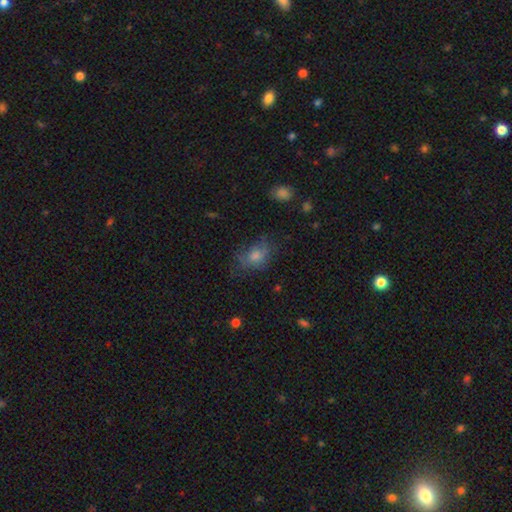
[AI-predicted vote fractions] Q: Smooth or featured?
A: smooth (66%); runner-up: featured or disk (20%)
Q: How rounded?
A: in between (65%); runner-up: round (33%)
Q: Merging?
A: none (56%); runner-up: minor disturbance (26%)